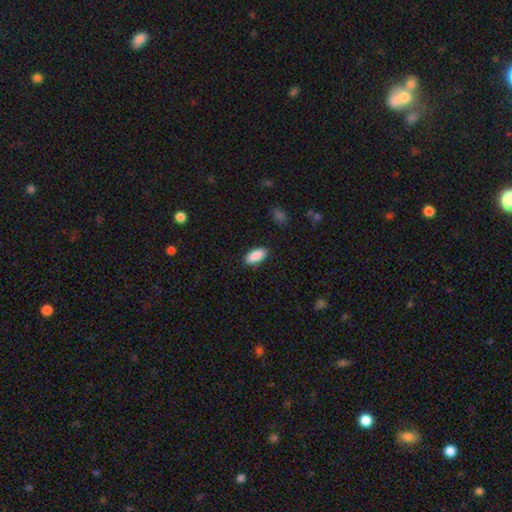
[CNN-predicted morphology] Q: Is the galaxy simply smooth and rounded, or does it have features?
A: smooth — 90%.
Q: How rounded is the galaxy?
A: in between — 89%.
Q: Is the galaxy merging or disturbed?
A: none — 87%.